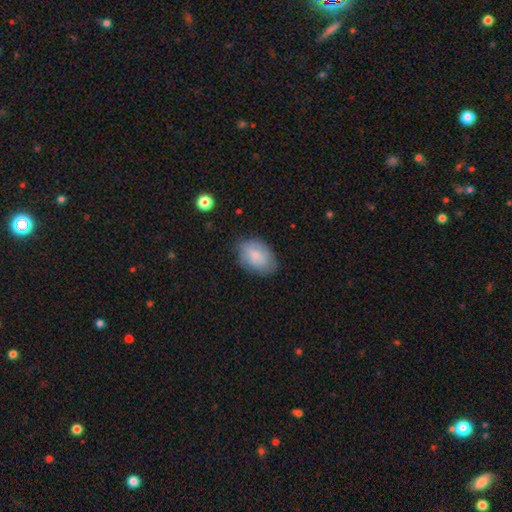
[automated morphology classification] Smooth or featured?
  - smooth: 77% *
  - featured or disk: 16%
  - star or artifact: 7%
How rounded?
  - in between: 81% *
  - round: 18%
  - cigar-shaped: 1%
Merging?
  - none: 71% *
  - minor disturbance: 23%
  - major disturbance: 5%
  - merger: 1%